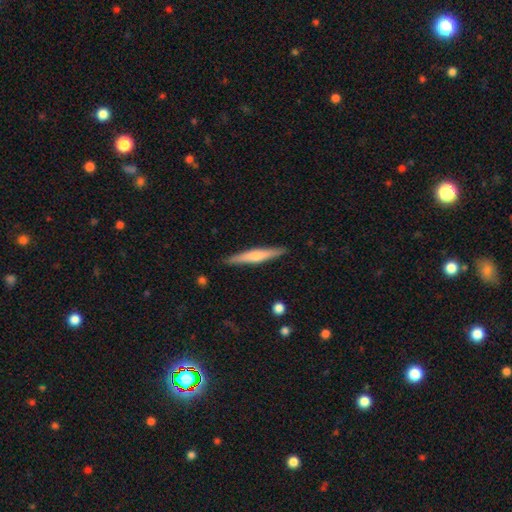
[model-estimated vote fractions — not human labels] Q: Smooth or featured?
A: featured or disk (50%); runner-up: smooth (45%)
Q: Edge-on disk?
A: yes (97%); runner-up: no (3%)
Q: Merging?
A: none (90%); runner-up: minor disturbance (7%)